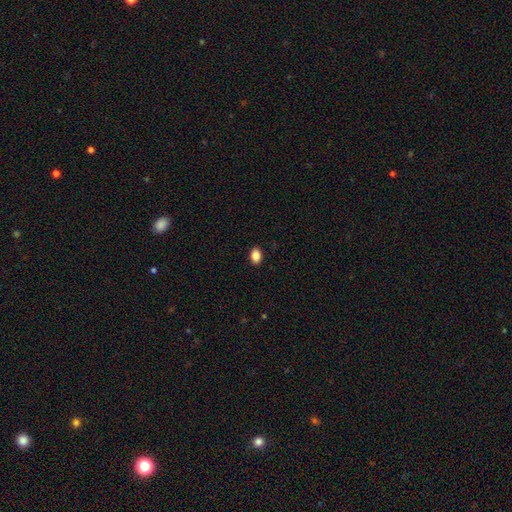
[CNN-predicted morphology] Smooth or featured? smooth (87%)
How rounded? in between (75%)
Merging? none (90%)